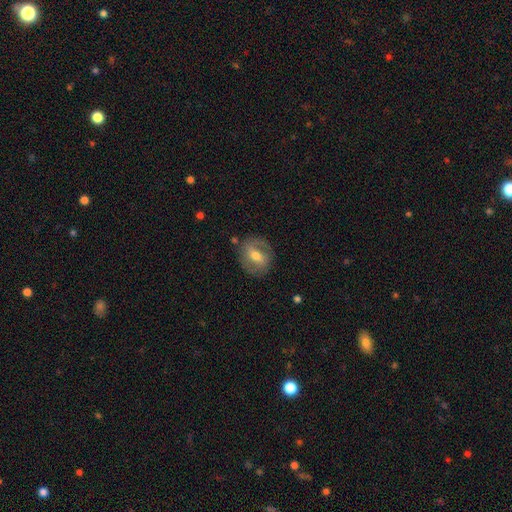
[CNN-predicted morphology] A featured or disk galaxy (59%) with a weak bar (41%), spiral arms (60%) and a moderate central bulge (70%).

Vote fractions:
- Smooth or featured? featured or disk: 59% / smooth: 34% / star or artifact: 7%
- Edge-on disk? no: 93% / yes: 7%
- Bar? weak: 41% / strong: 37% / no: 22%
- Spiral arms? yes: 60% / no: 40%
- Bulge size? moderate: 70% / small: 22% / large: 6% / none: 1% / dominant: 1%
- Merging? none: 78% / minor disturbance: 14% / major disturbance: 6% / merger: 2%